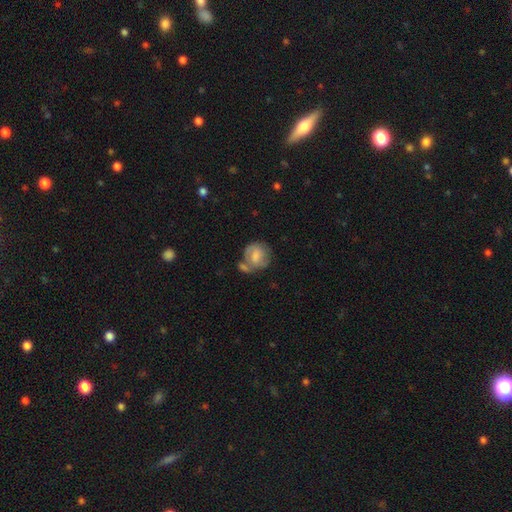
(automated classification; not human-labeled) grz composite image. It shows a smooth galaxy with no disk features (52%) that is round (73%). Merging: none (38%).